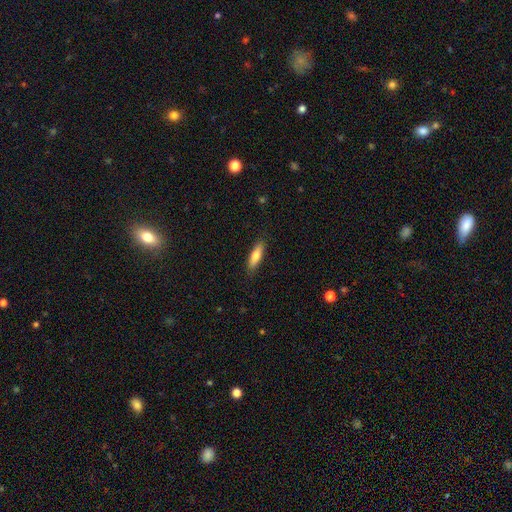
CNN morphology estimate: Smooth or featured? smooth (72%)
How rounded? cigar-shaped (62%)
Merging? none (87%)